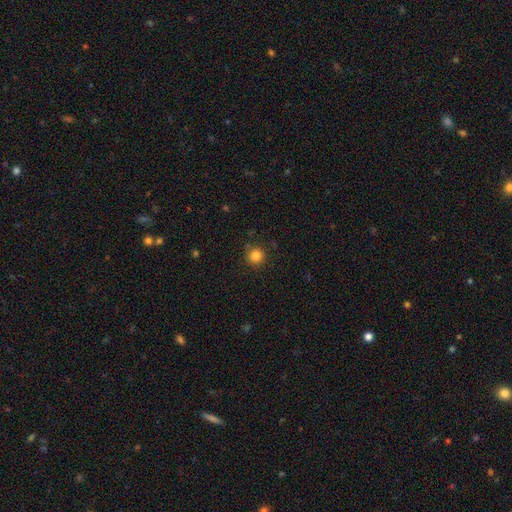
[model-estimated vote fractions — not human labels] This appears to be a smooth galaxy with no disk features (84%) that is round (95%). Merging: none (87%).